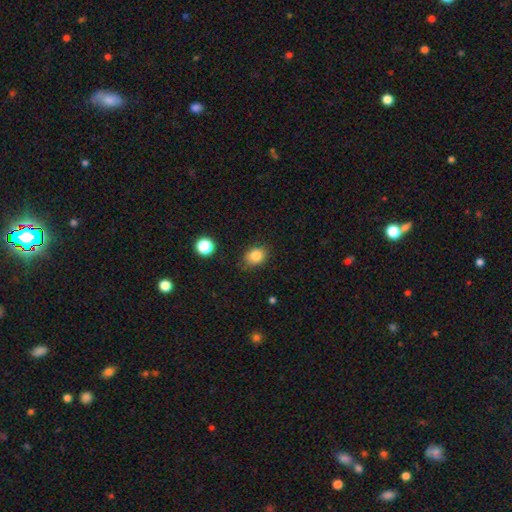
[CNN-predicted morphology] Smooth or featured?
  - smooth: 83% *
  - star or artifact: 11%
  - featured or disk: 6%
How rounded?
  - in between: 52% *
  - round: 47%
  - cigar-shaped: 1%
Merging?
  - none: 80% *
  - minor disturbance: 15%
  - major disturbance: 3%
  - merger: 2%